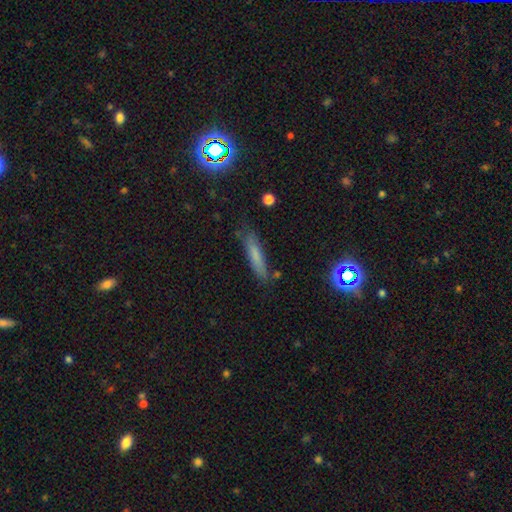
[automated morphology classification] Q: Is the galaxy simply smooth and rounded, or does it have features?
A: smooth — 67%.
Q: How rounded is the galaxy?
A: cigar-shaped — 82%.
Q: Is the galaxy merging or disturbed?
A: none — 73%.